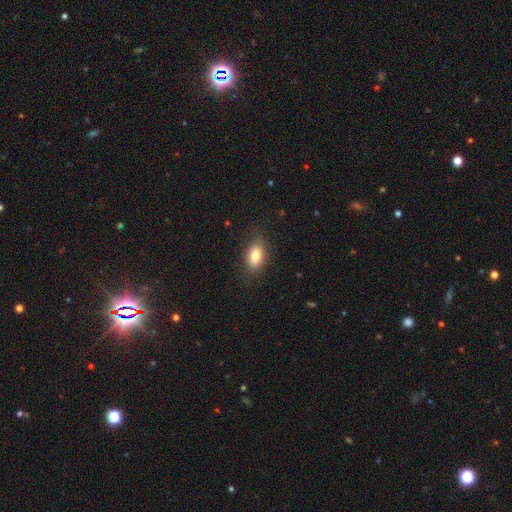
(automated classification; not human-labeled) smooth 81%, featured or disk 11%, star or artifact 8%. Down the decision tree: how rounded — in between (88%); merging — none (82%).